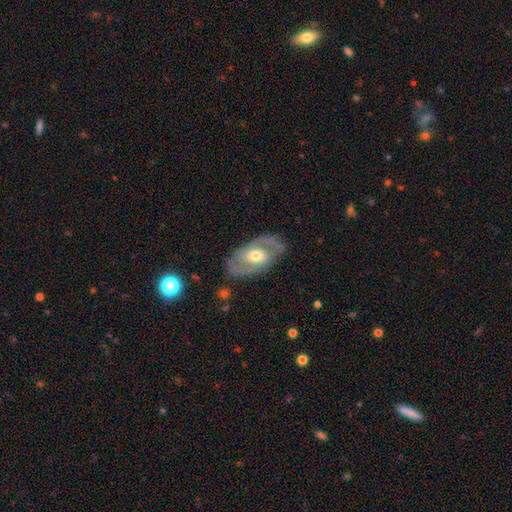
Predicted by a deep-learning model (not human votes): This appears to be a featured or disk galaxy (67%) with no bar (48%), spiral arms (56%) and a moderate central bulge (67%). Merging: none (81%).